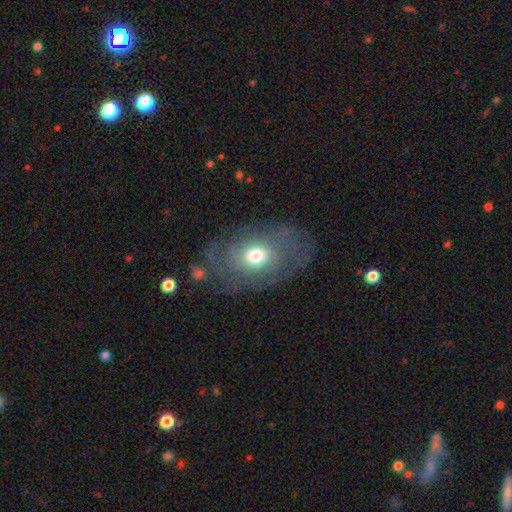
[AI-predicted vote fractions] Smooth or featured? featured or disk (55%)
Edge-on disk? no (94%)
Bar? no (81%)
Spiral arms? yes (62%)
Bulge size? moderate (63%)
Merging? none (66%)